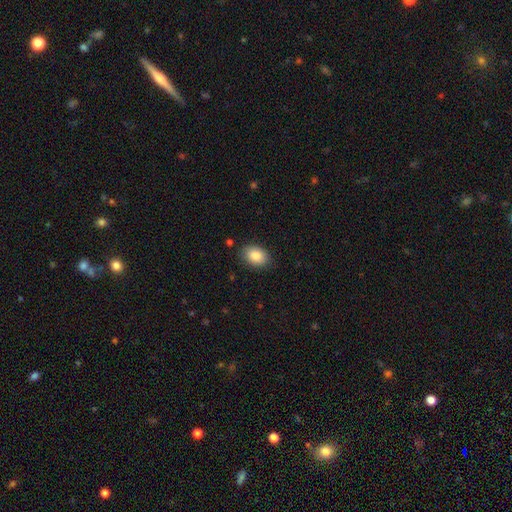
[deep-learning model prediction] smooth_or_featured: smooth (p=0.85) [alt: star or artifact p=0.07]
how_rounded: in between (p=0.81) [alt: round p=0.18]
merging: none (p=0.86) [alt: minor disturbance p=0.11]